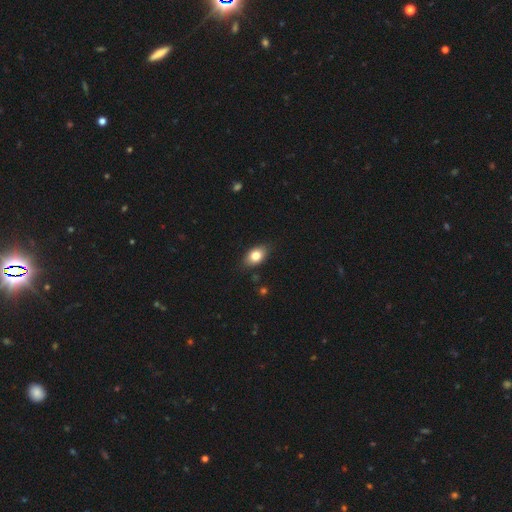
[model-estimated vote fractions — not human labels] A smooth galaxy with no disk features (80%) that is in between round and cigar-shaped (82%).

Vote fractions:
- Smooth or featured? smooth: 80% / featured or disk: 11% / star or artifact: 9%
- How rounded? in between: 82% / round: 16% / cigar-shaped: 2%
- Merging? none: 83% / minor disturbance: 13% / major disturbance: 2% / merger: 1%